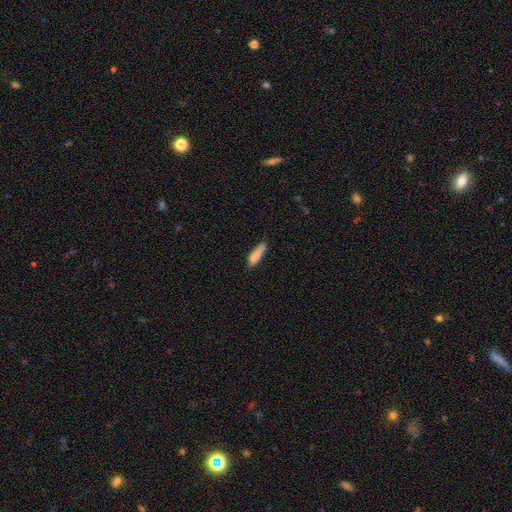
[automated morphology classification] Overall: smooth (83%). How rounded: cigar-shaped (64%; in between 34%). Merging: none (63%; minor disturbance 27%).